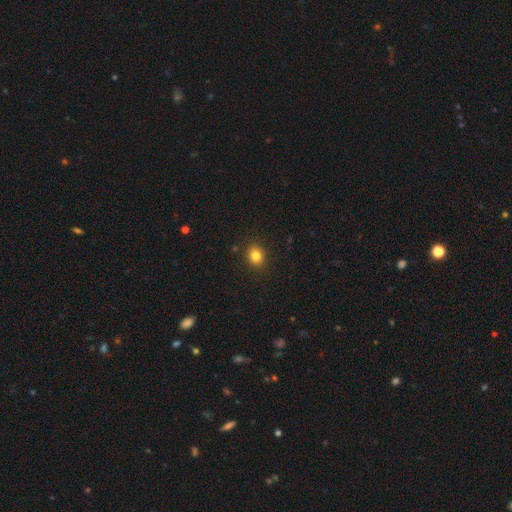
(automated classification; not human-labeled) Q: Smooth or featured?
A: smooth (82%); runner-up: star or artifact (12%)
Q: How rounded?
A: round (64%); runner-up: in between (35%)
Q: Merging?
A: none (89%); runner-up: minor disturbance (8%)